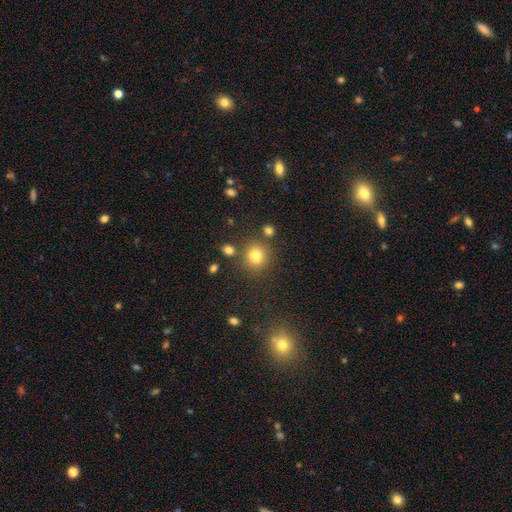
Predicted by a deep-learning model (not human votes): This appears to be a smooth galaxy with no disk features (79%) that is round (86%). Merging: none (78%).